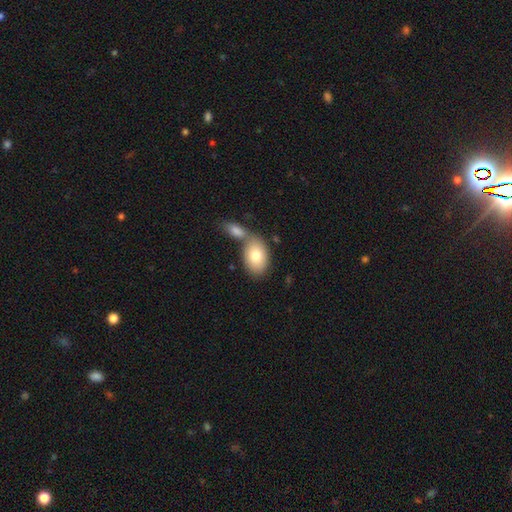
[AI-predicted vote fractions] Smooth or featured?
  - smooth: 78% *
  - featured or disk: 16%
  - star or artifact: 6%
How rounded?
  - in between: 87% *
  - round: 12%
  - cigar-shaped: 1%
Merging?
  - none: 47% *
  - merger: 38%
  - minor disturbance: 11%
  - major disturbance: 4%